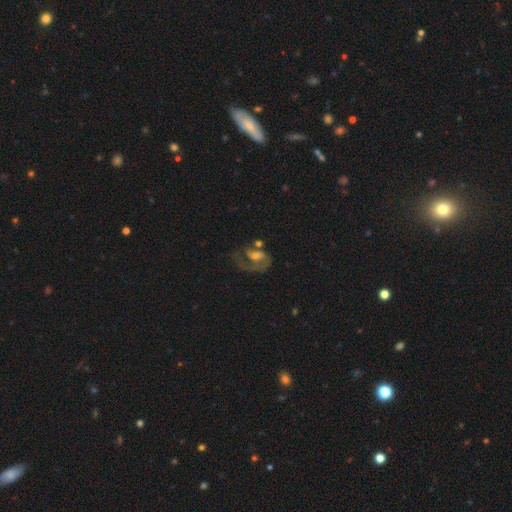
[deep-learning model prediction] A featured or disk galaxy (73%) with no bar (44%), 1 (62%) medium (41%) spiral arms (79%) and a moderate central bulge (48%).

Vote fractions:
- Smooth or featured? featured or disk: 73% / smooth: 19% / star or artifact: 8%
- Edge-on disk? no: 97% / yes: 3%
- Bar? no: 44% / weak: 41% / strong: 15%
- Spiral arms? yes: 79% / no: 21%
- Spiral winding? medium: 41% / loose: 33% / tight: 26%
- Spiral arm count? 1: 62% / 2: 25% / can't tell: 9% / 3: 2% / 4: 1% / more than 4: 1%
- Bulge size? moderate: 48% / small: 35% / large: 8% / none: 7% / dominant: 2%
- Merging? major disturbance: 37% / none: 32% / merger: 16% / minor disturbance: 15%